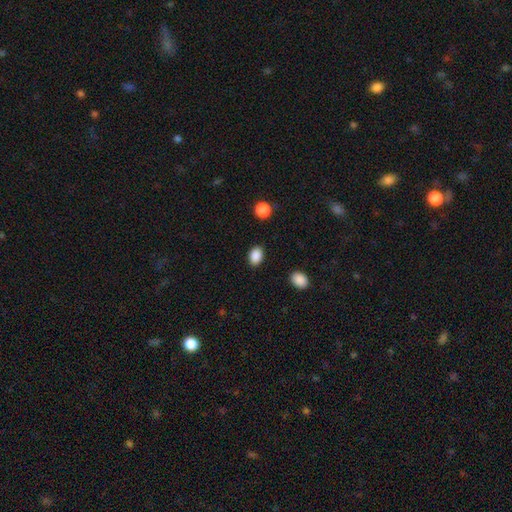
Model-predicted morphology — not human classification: type=smooth (89%); roundness=in between (76%); merging=none (88%).